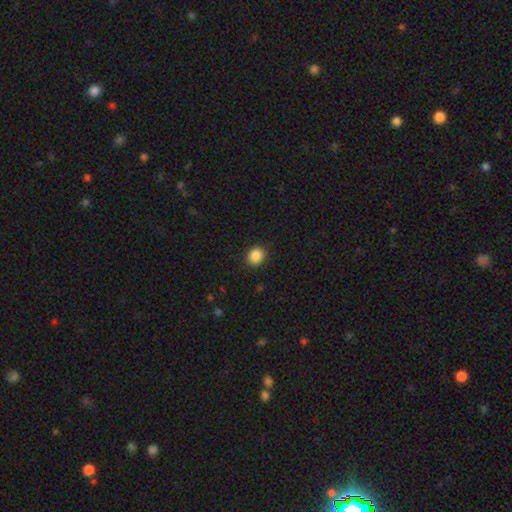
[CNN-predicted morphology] Q: Smooth or featured?
A: smooth (87%); runner-up: star or artifact (10%)
Q: How rounded?
A: round (74%); runner-up: in between (26%)
Q: Merging?
A: none (90%); runner-up: minor disturbance (7%)